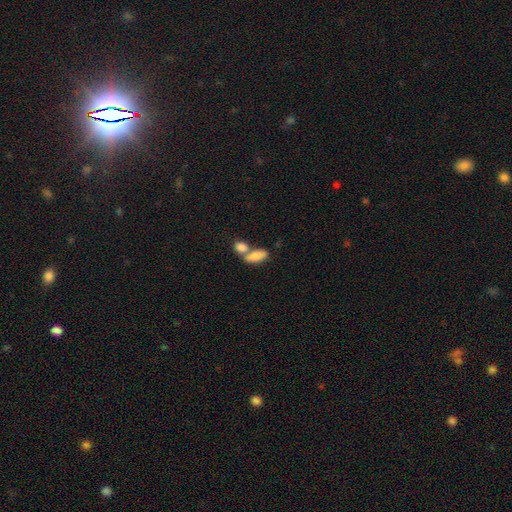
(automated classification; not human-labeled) smooth_or_featured: smooth (p=0.80) [alt: featured or disk p=0.13]
how_rounded: in between (p=0.85) [alt: cigar-shaped p=0.09]
merging: merger (p=0.57) [alt: none p=0.30]